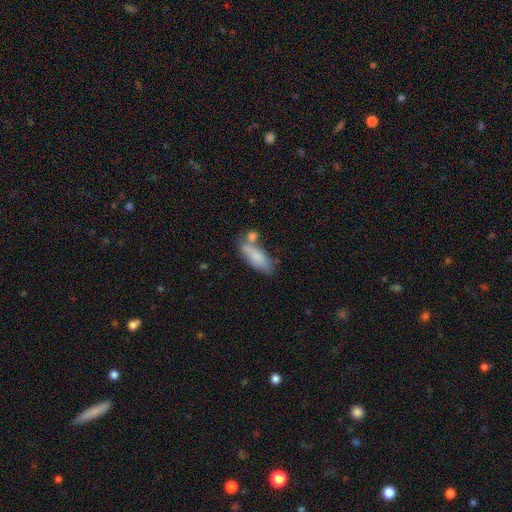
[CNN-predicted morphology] Overall: smooth (77%). How rounded: in between (69%). Merging: none (50%; merger 22%).